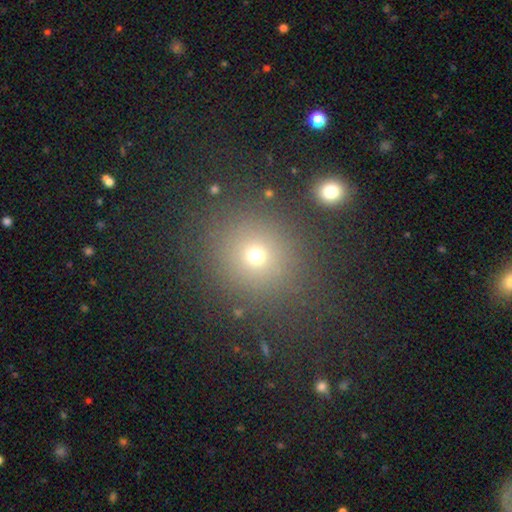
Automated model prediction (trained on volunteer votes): Morphology: type=smooth (68%); roundness=round (84%); merging=none (82%).